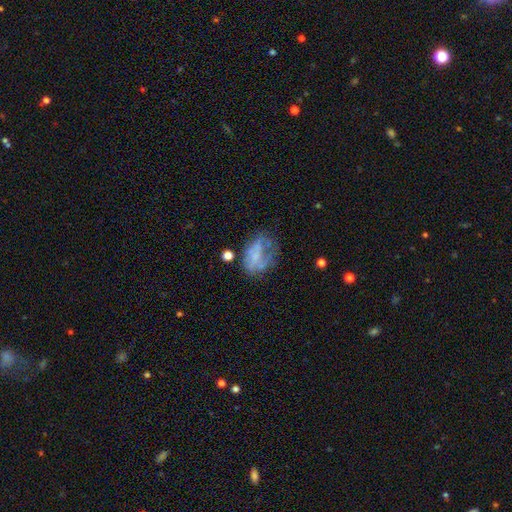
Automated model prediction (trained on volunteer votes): Smooth or featured: featured or disk — 49% (smooth — 38%)
Merging: none — 39% (major disturbance — 28%)